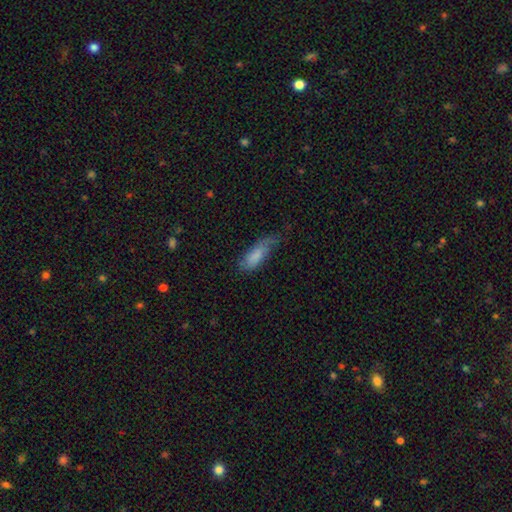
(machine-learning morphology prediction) This appears to be a smooth galaxy with no disk features (76%) that is in between round and cigar-shaped (73%). Merging: none (41%).